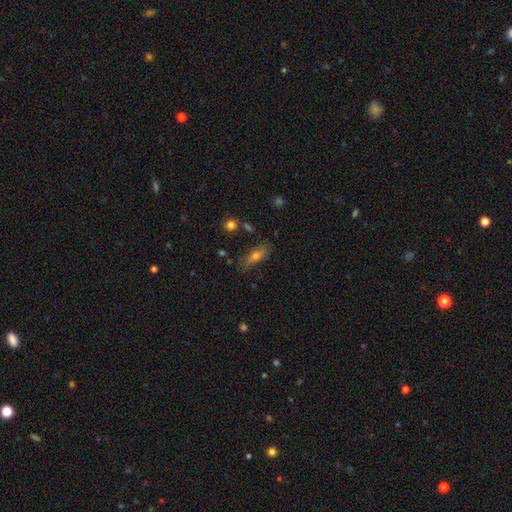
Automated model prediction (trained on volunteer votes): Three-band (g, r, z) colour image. It shows a smooth galaxy with no disk features (63%) that is in between round and cigar-shaped (59%). Merging: none (74%).